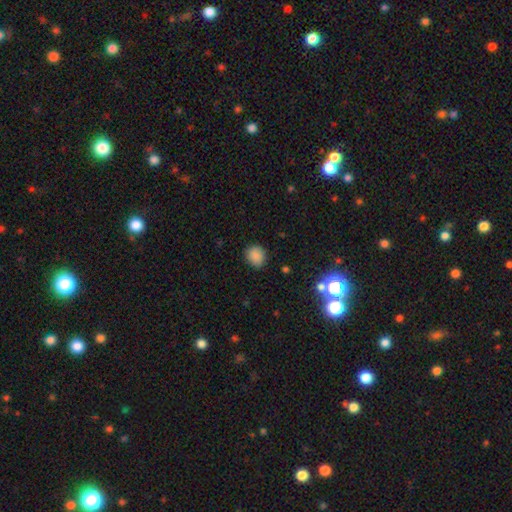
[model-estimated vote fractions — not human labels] smooth 85%, star or artifact 11%, featured or disk 4%. Down the decision tree: how rounded — round (74%); merging — none (86%).